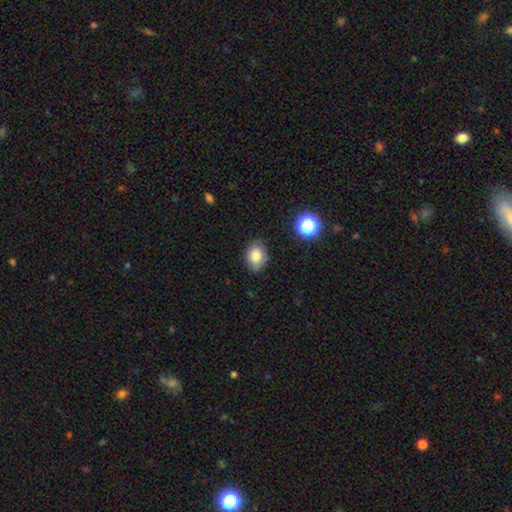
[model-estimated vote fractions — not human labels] A smooth galaxy with no disk features (82%) that is in between round and cigar-shaped (62%). Merging: none (82%).